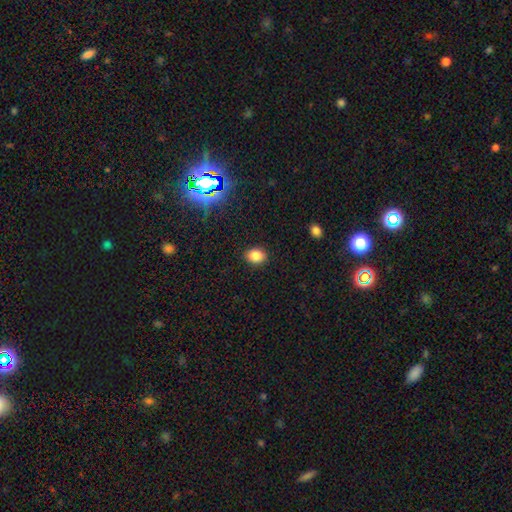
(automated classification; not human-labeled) A smooth galaxy with no disk features (84%) that is in between round and cigar-shaped (58%).

Vote fractions:
- Smooth or featured? smooth: 84% / star or artifact: 11% / featured or disk: 4%
- How rounded? in between: 58% / round: 41% / cigar-shaped: 1%
- Merging? none: 89% / minor disturbance: 8% / major disturbance: 2% / merger: 1%